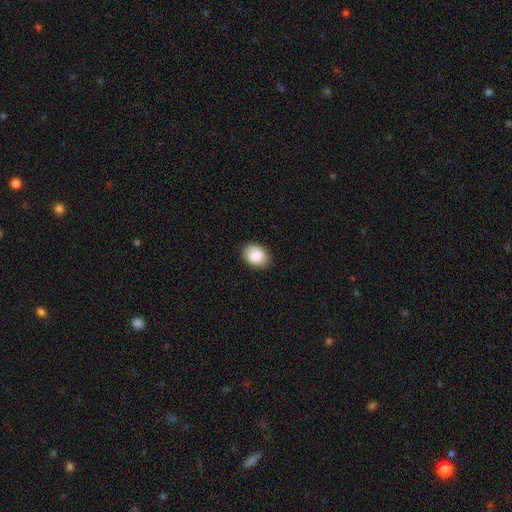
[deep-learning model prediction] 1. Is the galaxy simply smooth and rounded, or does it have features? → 87% smooth, 7% star or artifact, 6% featured or disk.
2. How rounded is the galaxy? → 79% in between, 20% round, 1% cigar-shaped.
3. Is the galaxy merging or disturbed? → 86% none, 11% minor disturbance, 2% major disturbance, 1% merger.